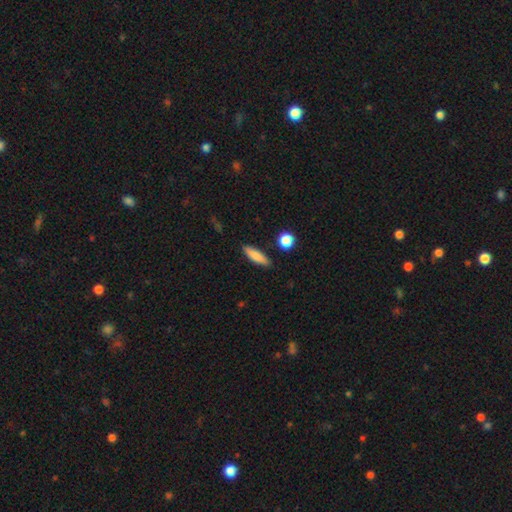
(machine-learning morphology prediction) smooth-or-featured: smooth: 80% | featured or disk: 13% | star or artifact: 7%
  how-rounded: cigar-shaped: 64% | in between: 33% | round: 3%
  merging: none: 86% | minor disturbance: 9% | merger: 2% | major disturbance: 2%